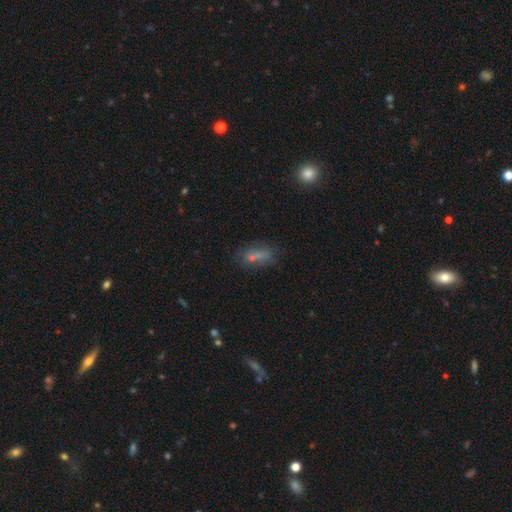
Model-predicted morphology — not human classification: A smooth galaxy with no disk features (55%) that is in between round and cigar-shaped (72%).

Vote fractions:
- Smooth or featured? smooth: 55% / star or artifact: 24% / featured or disk: 20%
- How rounded? in between: 72% / cigar-shaped: 18% / round: 11%
- Merging? none: 67% / minor disturbance: 18% / major disturbance: 9% / merger: 6%